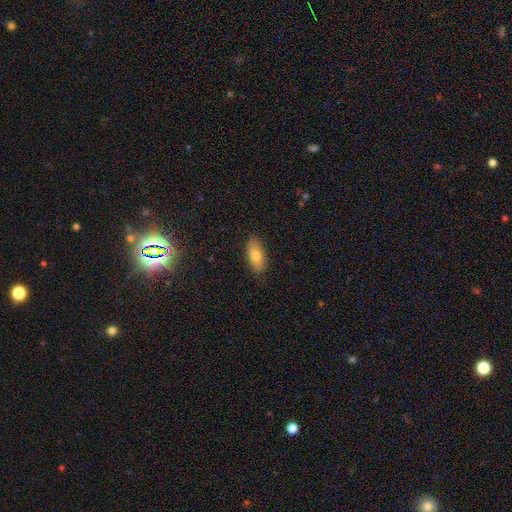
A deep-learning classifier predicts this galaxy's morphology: Smooth or featured: smooth — 76% (featured or disk — 17%)
How rounded: in between — 82% (cigar-shaped — 15%)
Merging: none — 87% (minor disturbance — 10%)